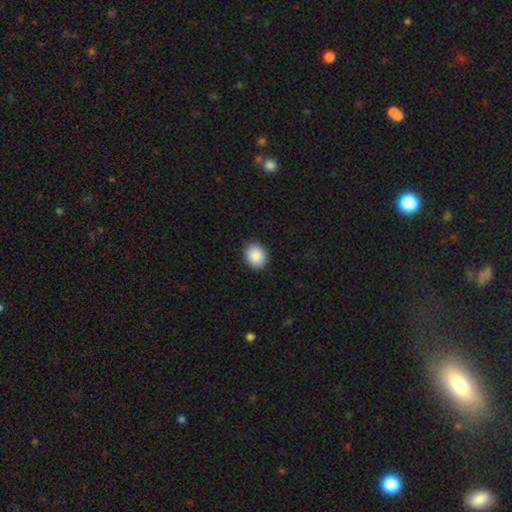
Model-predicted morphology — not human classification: The model was most divided on "how rounded": round: 69%, in between: 30%, cigar-shaped: 1%. More confident: merging — none (91%); smooth or featured — smooth (89%).